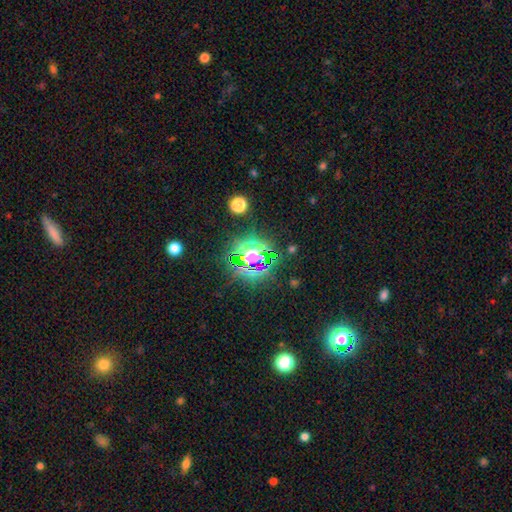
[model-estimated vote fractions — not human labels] This appears to be a star or artifact, not a galaxy (74%).